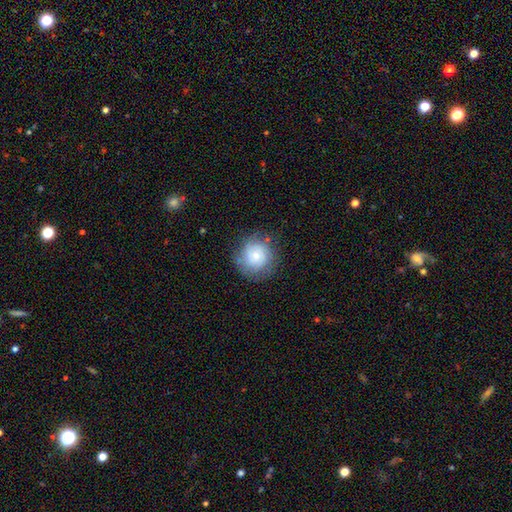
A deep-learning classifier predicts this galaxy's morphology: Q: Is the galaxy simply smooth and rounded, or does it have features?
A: smooth — 54%.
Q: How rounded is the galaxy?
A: round — 91%.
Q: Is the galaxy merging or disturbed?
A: none — 75%.